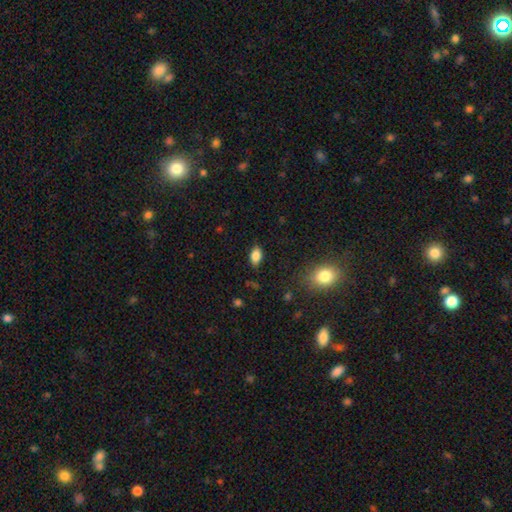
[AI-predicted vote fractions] A smooth galaxy with no disk features (83%) that is in between round and cigar-shaped (88%).

Vote fractions:
- Smooth or featured? smooth: 83% / star or artifact: 9% / featured or disk: 8%
- How rounded? in between: 88% / round: 9% / cigar-shaped: 3%
- Merging? none: 83% / minor disturbance: 13% / major disturbance: 3% / merger: 1%